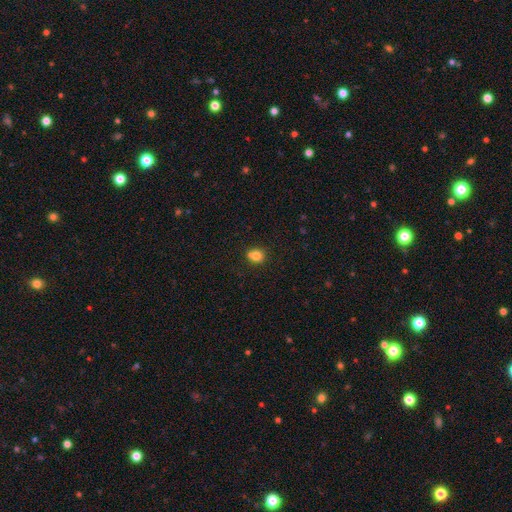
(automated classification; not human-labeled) smooth-or-featured: smooth: 79% | star or artifact: 12% | featured or disk: 10%
  how-rounded: round: 70% | in between: 29% | cigar-shaped: 1%
  merging: none: 59% | merger: 21% | minor disturbance: 16% | major disturbance: 4%